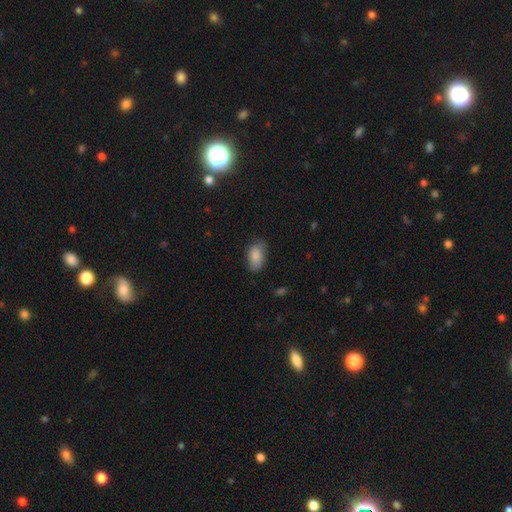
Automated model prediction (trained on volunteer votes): smooth 86%, star or artifact 7%, featured or disk 7%. Down the decision tree: how rounded — in between (91%); merging — none (71%).